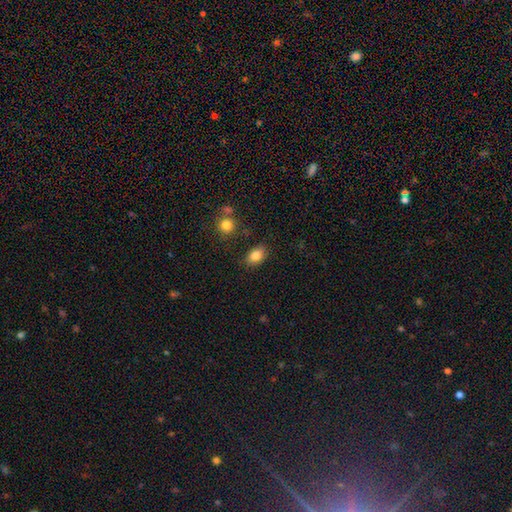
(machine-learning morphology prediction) type=smooth (85%); roundness=in between (82%); merging=none (81%).